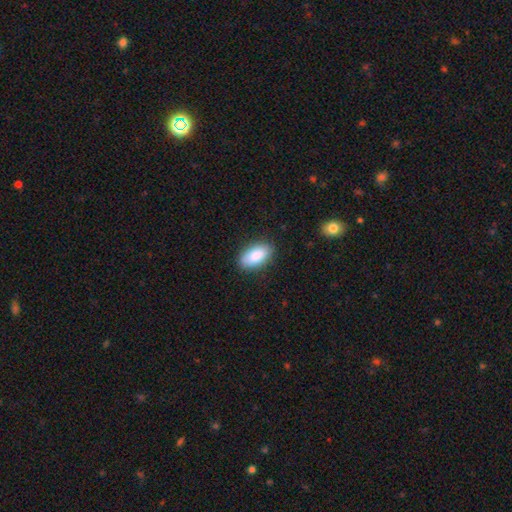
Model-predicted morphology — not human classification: Smooth or featured? Predicted: smooth (p=0.88). How rounded? Predicted: in between (p=0.94). Merging? Predicted: none (p=0.86).